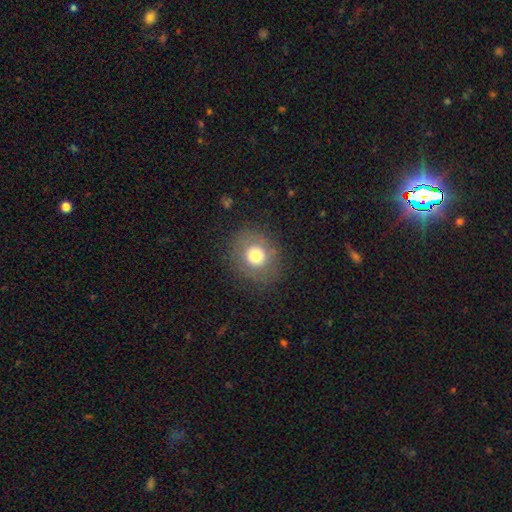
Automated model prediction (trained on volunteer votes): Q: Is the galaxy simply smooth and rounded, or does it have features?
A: smooth — 70%.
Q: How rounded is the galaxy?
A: round — 79%.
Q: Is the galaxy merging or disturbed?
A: none — 83%.